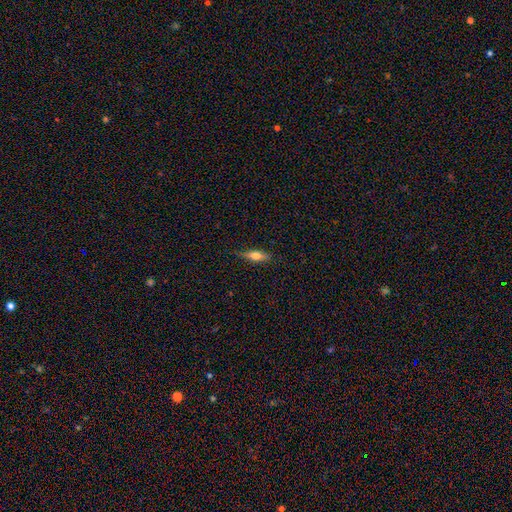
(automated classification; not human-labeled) smooth 57%, featured or disk 37%, star or artifact 7%. Down the decision tree: how rounded — cigar-shaped (53%); merging — none (81%).